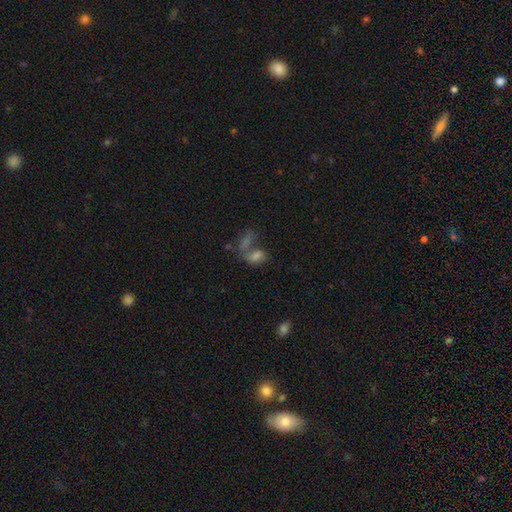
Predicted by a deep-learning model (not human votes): A smooth galaxy with no disk features (60%) that is in between round and cigar-shaped (80%). Merging: merger (51%).